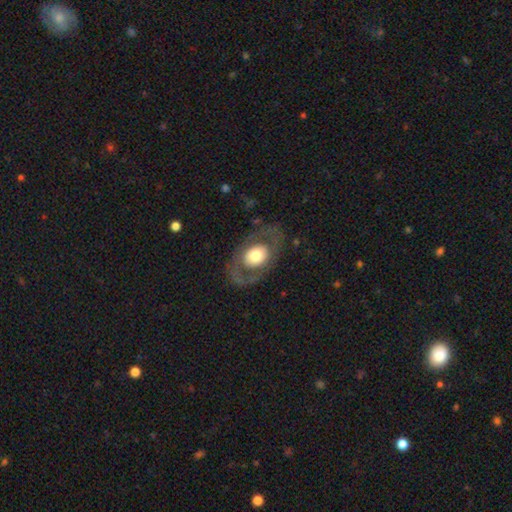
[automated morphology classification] smooth_or_featured: featured or disk (p=0.49) [alt: smooth p=0.45]
merging: none (p=0.76) [alt: minor disturbance p=0.12]